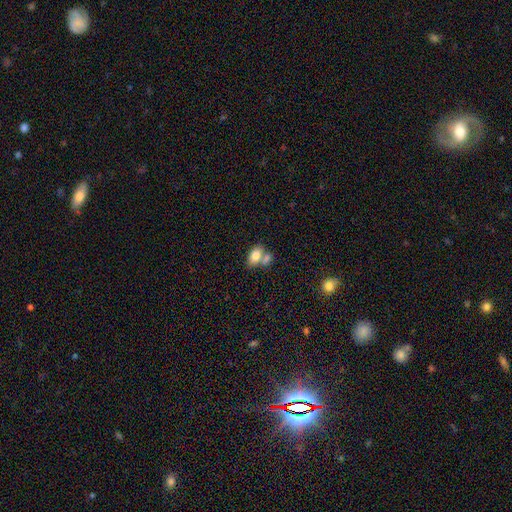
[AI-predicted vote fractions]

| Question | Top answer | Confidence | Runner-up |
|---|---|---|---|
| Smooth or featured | smooth | 79% | featured or disk (13%) |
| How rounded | in between | 89% | round (9%) |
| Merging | merger | 45% | none (40%) |